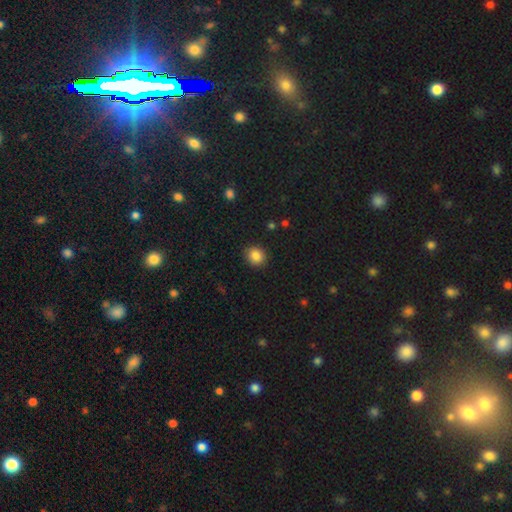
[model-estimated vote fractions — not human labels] smooth-or-featured: smooth: 86% | star or artifact: 10% | featured or disk: 4%
  how-rounded: round: 72% | in between: 27% | cigar-shaped: 1%
  merging: none: 89% | minor disturbance: 8% | major disturbance: 2% | merger: 1%